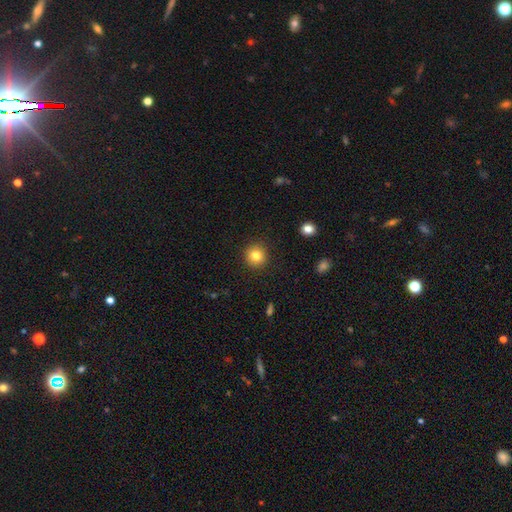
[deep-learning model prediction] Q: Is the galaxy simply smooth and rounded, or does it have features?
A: smooth — 82%.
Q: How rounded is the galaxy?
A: round — 92%.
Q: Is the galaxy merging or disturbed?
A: none — 91%.